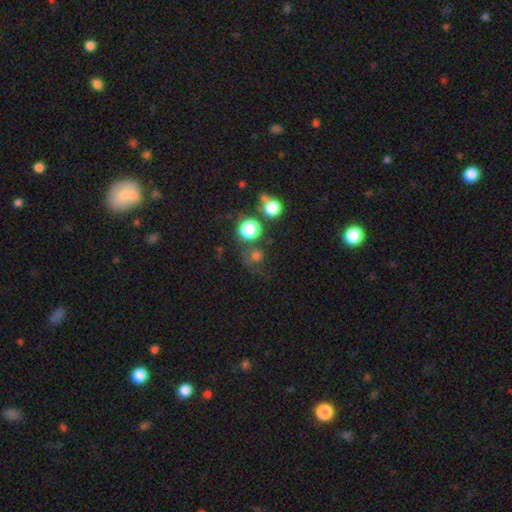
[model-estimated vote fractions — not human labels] Overall: smooth (67%). How rounded: round (87%). Merging: none (59%).